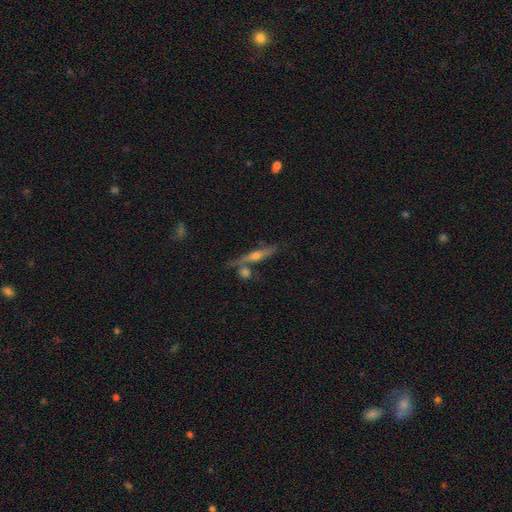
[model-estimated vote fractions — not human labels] Morphology: type=featured or disk (68%); edge-on=yes (93%); edge-on bulge=rounded (87%); merging=none (67%).